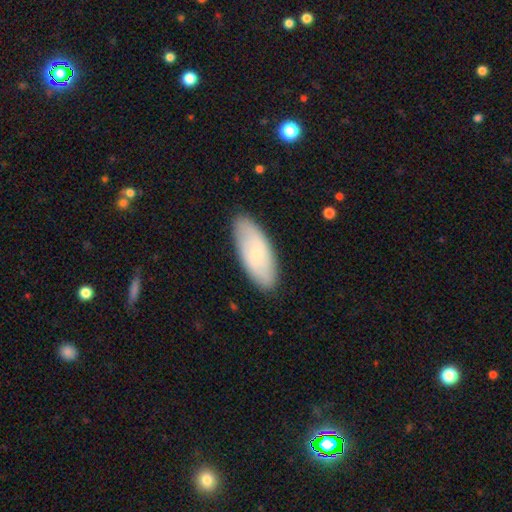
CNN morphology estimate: Q: Smooth or featured?
A: smooth (63%); runner-up: featured or disk (28%)
Q: How rounded?
A: in between (76%); runner-up: cigar-shaped (22%)
Q: Merging?
A: none (86%); runner-up: minor disturbance (11%)